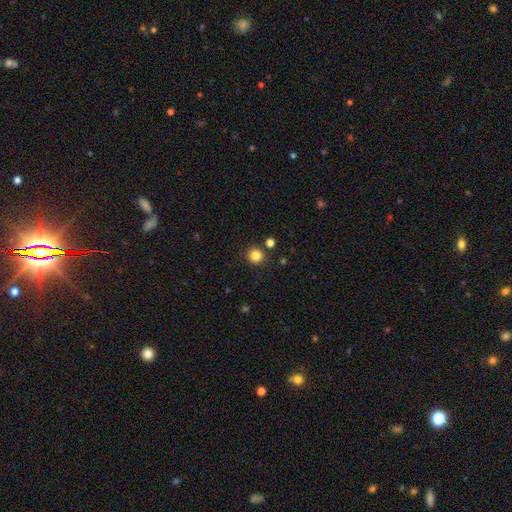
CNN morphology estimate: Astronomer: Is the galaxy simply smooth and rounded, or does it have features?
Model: smooth — 83%.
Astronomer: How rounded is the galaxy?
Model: round — 94%.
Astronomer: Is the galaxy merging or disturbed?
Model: none — 88%.